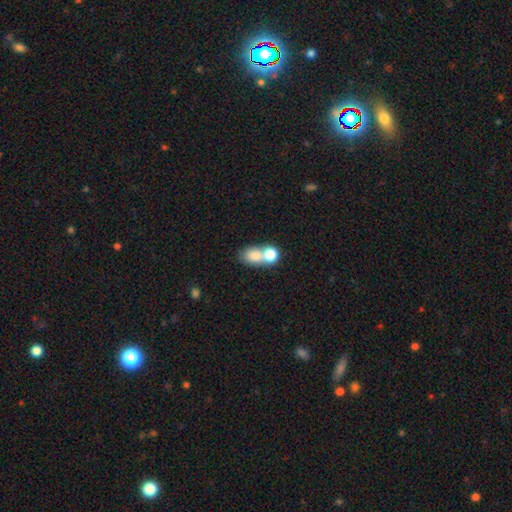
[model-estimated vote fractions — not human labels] Q: Smooth or featured?
A: smooth (76%); runner-up: featured or disk (13%)
Q: How rounded?
A: in between (59%); runner-up: round (39%)
Q: Merging?
A: merger (60%); runner-up: none (28%)